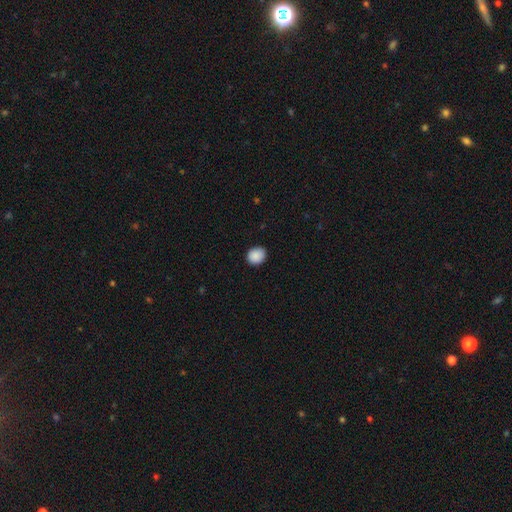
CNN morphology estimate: Smooth or featured: smooth — 89% (star or artifact — 8%)
How rounded: round — 71% (in between — 28%)
Merging: none — 89% (minor disturbance — 8%)